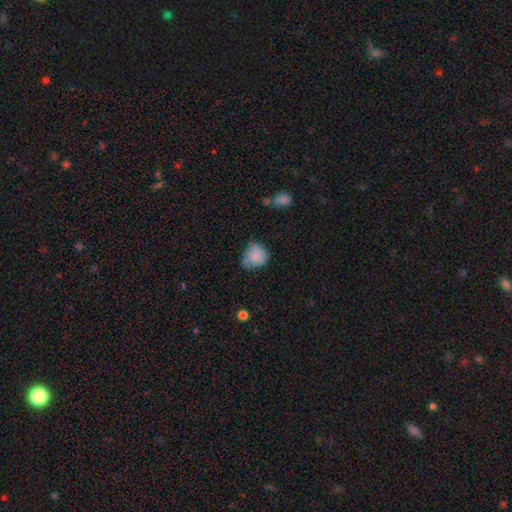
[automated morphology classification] Smooth or featured? Predicted: smooth (p=0.74). How rounded? Predicted: round (p=0.74). Merging? Predicted: none (p=0.46).